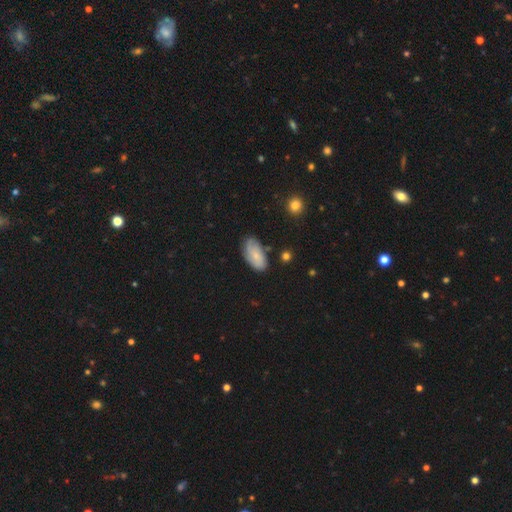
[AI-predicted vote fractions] Smooth or featured: smooth — 62% (featured or disk — 30%)
How rounded: in between — 92% (cigar-shaped — 5%)
Merging: none — 67% (minor disturbance — 24%)